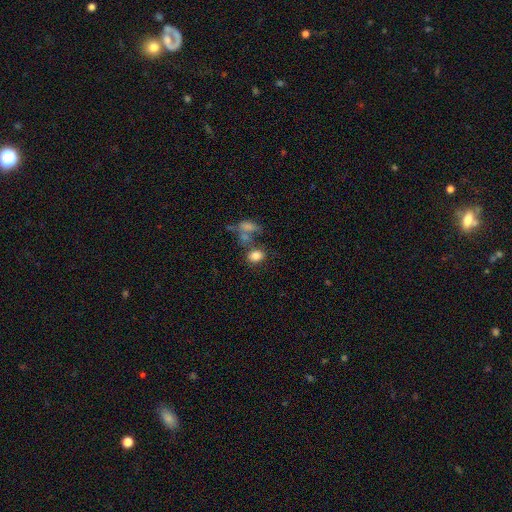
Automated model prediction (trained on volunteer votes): Smooth or featured?
  - smooth: 80% *
  - star or artifact: 10%
  - featured or disk: 10%
How rounded?
  - in between: 68% *
  - round: 31%
  - cigar-shaped: 1%
Merging?
  - none: 55% *
  - merger: 22%
  - minor disturbance: 15%
  - major disturbance: 8%